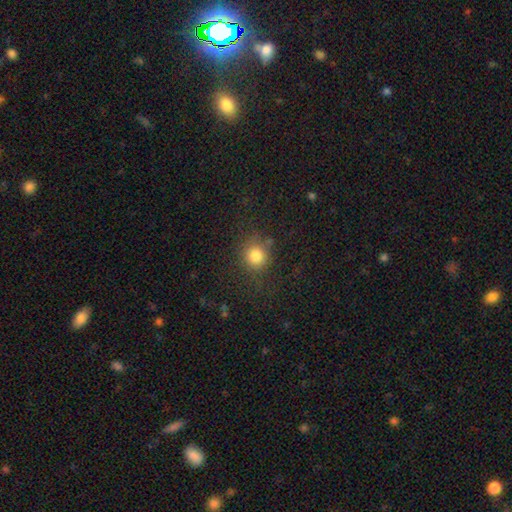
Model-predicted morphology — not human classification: smooth 80%, star or artifact 14%, featured or disk 6%. Down the decision tree: how rounded — round (87%); merging — none (77%).